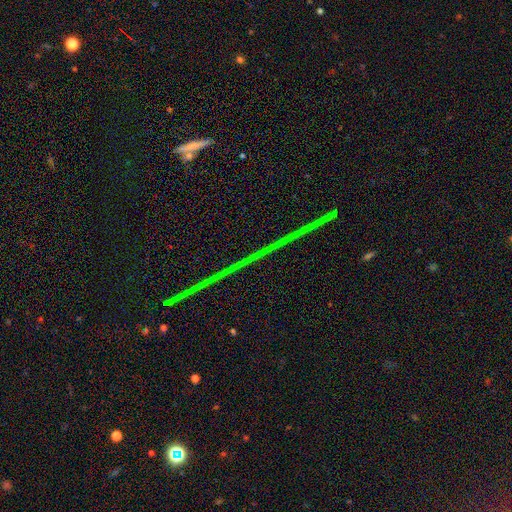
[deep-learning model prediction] The model was most divided on "smooth or featured": star or artifact: 84%, featured or disk: 9%, smooth: 7%.